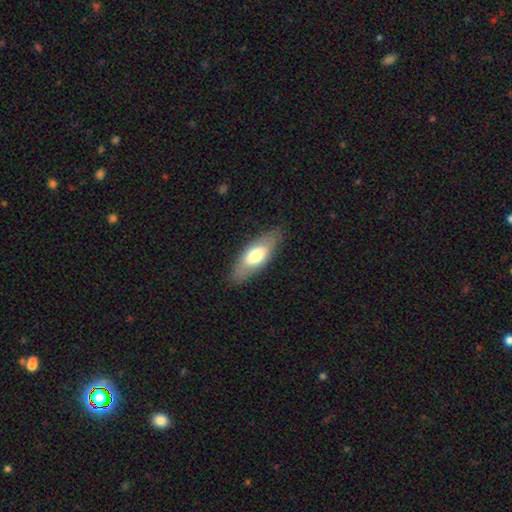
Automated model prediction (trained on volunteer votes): A smooth galaxy with no disk features (64%) that is in between round and cigar-shaped (74%). Merging: none (84%).